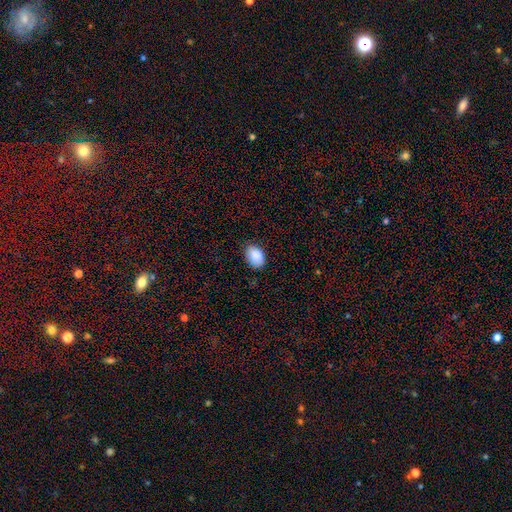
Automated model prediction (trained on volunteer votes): Smooth or featured: smooth — 89% (star or artifact — 7%)
How rounded: in between — 86% (round — 13%)
Merging: none — 78% (minor disturbance — 18%)